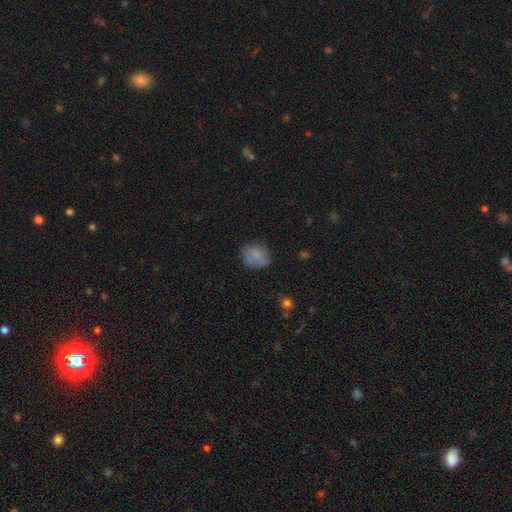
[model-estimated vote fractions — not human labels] The model was most divided on "how rounded": round: 59%, in between: 40%, cigar-shaped: 1%. More confident: smooth or featured — smooth (69%); merging — none (59%).